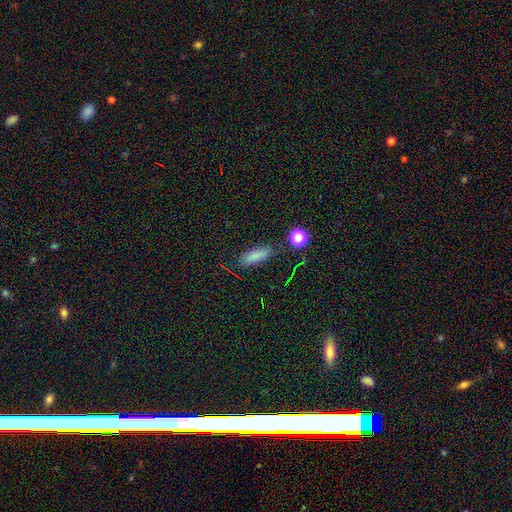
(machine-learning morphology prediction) type=smooth (80%); roundness=in between (50%); merging=none (81%).